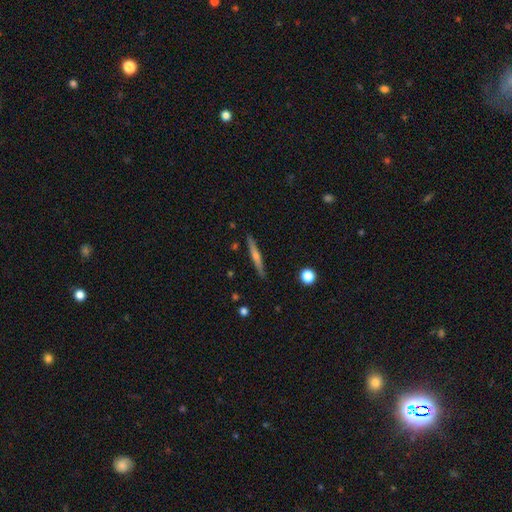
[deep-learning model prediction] featured or disk 58%, smooth 35%, star or artifact 7%. Down the decision tree: edge-on disk — yes (97%); edge-on bulge — rounded (68%); merging — none (90%).